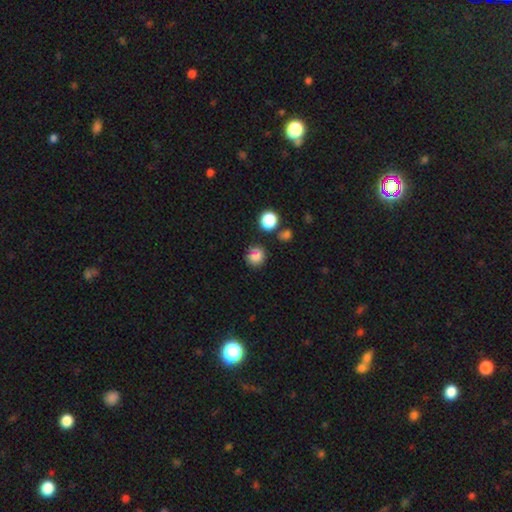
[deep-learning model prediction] Smooth or featured? smooth (82%)
How rounded? round (86%)
Merging? none (78%)